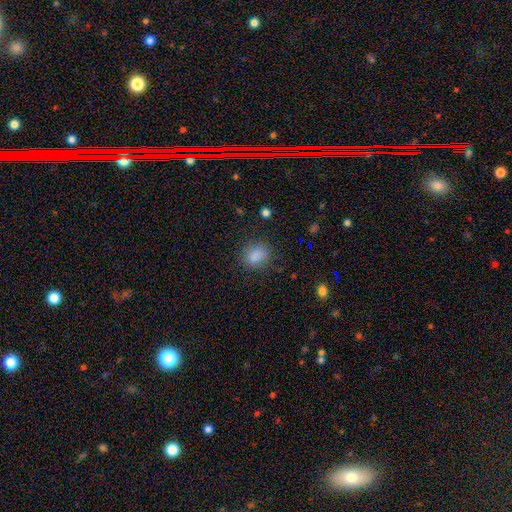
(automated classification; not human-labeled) A smooth galaxy with no disk features (85%) that is round (56%). Merging: none (81%).